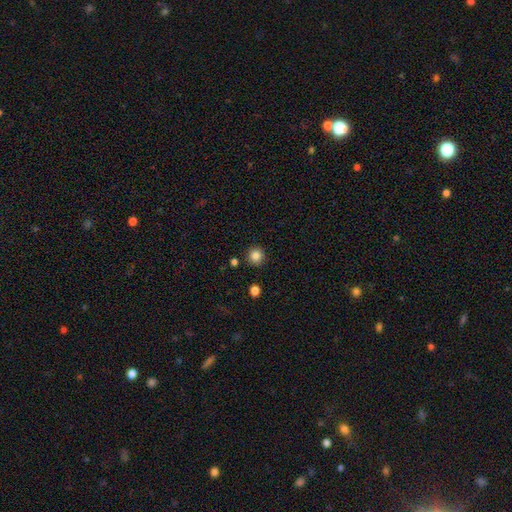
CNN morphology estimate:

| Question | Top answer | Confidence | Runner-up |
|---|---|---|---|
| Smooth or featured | smooth | 84% | star or artifact (11%) |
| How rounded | round | 94% | in between (5%) |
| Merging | none | 90% | minor disturbance (6%) |